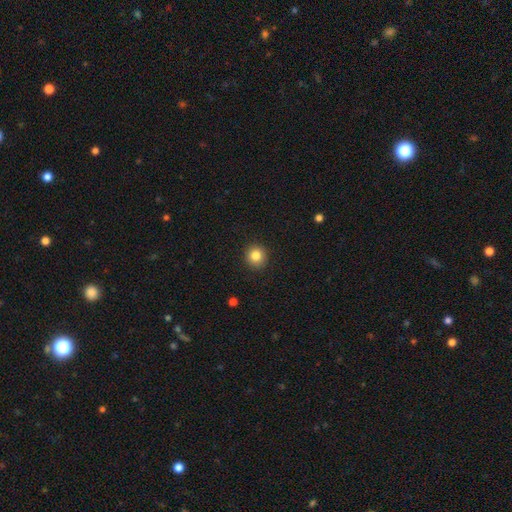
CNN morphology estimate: The model was most divided on "smooth or featured": smooth: 84%, star or artifact: 10%, featured or disk: 6%. More confident: how rounded — round (93%); merging — none (92%).